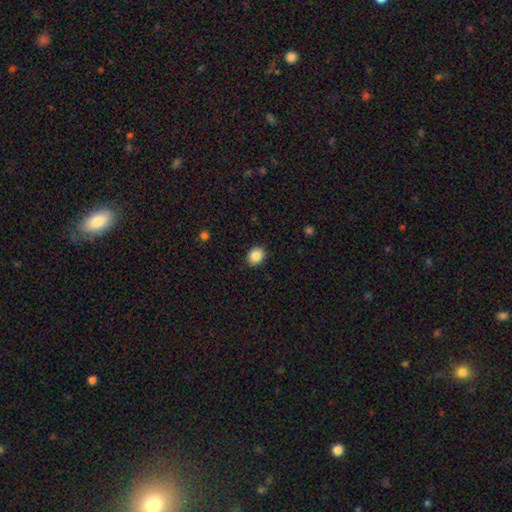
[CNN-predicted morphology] type=smooth (87%); roundness=round (67%); merging=none (90%).